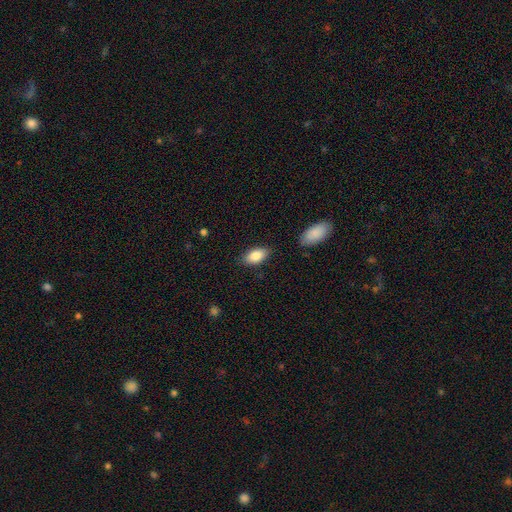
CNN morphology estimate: Smooth or featured?
  - smooth: 86% *
  - featured or disk: 7%
  - star or artifact: 7%
How rounded?
  - in between: 92% *
  - round: 4%
  - cigar-shaped: 4%
Merging?
  - none: 83% *
  - minor disturbance: 12%
  - major disturbance: 3%
  - merger: 2%